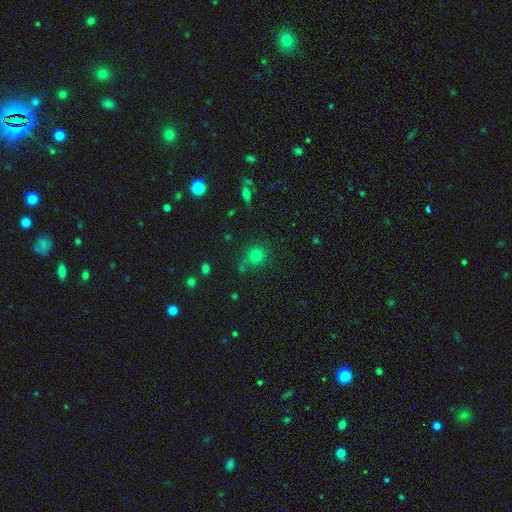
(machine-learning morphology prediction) Overall: smooth (74%). How rounded: round (87%). Merging: none (68%).